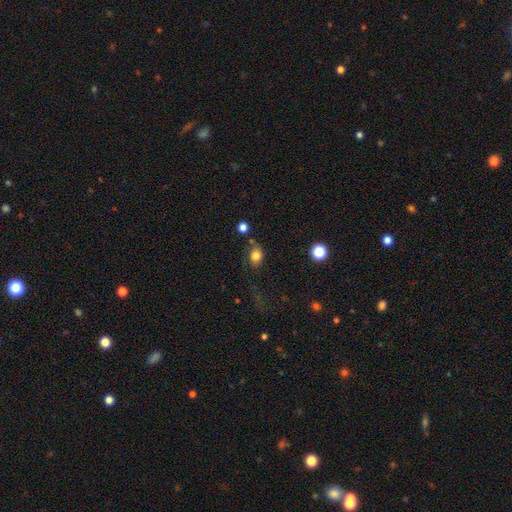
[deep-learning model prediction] smooth-or-featured: smooth: 81% | star or artifact: 11% | featured or disk: 8%
  how-rounded: in between: 55% | round: 44% | cigar-shaped: 1%
  merging: none: 67% | minor disturbance: 20% | major disturbance: 7% | merger: 6%